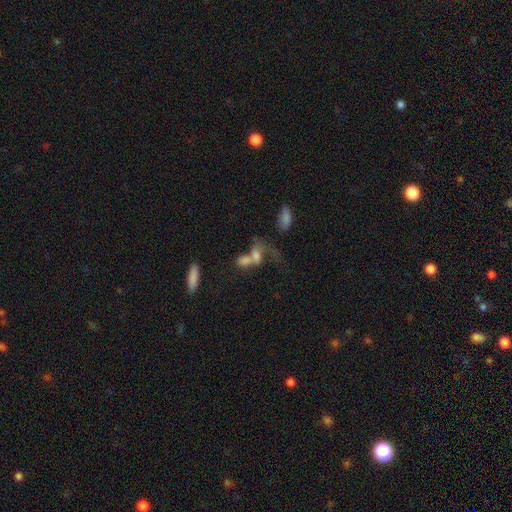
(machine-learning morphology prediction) Overall: smooth (61%; featured or disk 24%). How rounded: in between (74%). Merging: merger (62%).